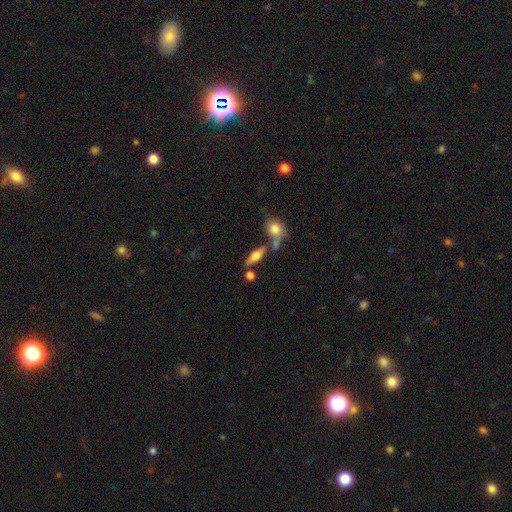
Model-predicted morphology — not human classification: type=smooth (50%); merging=none (65%).